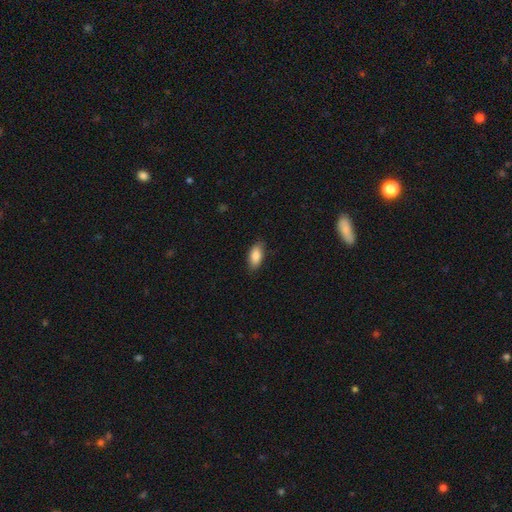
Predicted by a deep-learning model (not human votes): A smooth galaxy with no disk features (85%) that is in between round and cigar-shaped (90%).

Vote fractions:
- Smooth or featured? smooth: 85% / featured or disk: 8% / star or artifact: 6%
- How rounded? in between: 90% / cigar-shaped: 7% / round: 3%
- Merging? none: 82% / minor disturbance: 15% / major disturbance: 3% / merger: 1%